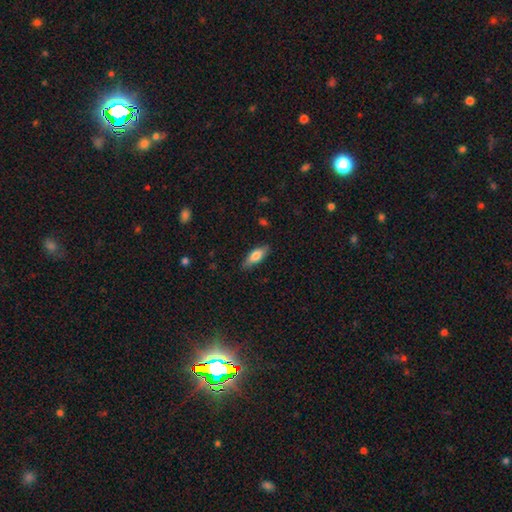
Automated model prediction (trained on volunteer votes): A smooth galaxy with no disk features (71%) that is in between round and cigar-shaped (67%).

Vote fractions:
- Smooth or featured? smooth: 71% / featured or disk: 22% / star or artifact: 6%
- How rounded? in between: 67% / cigar-shaped: 31% / round: 3%
- Merging? none: 83% / minor disturbance: 14% / major disturbance: 3% / merger: 1%